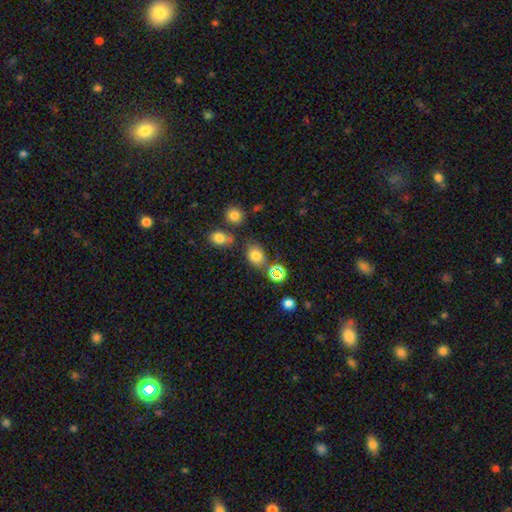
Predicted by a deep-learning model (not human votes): Smooth or featured: smooth — 75% (star or artifact — 16%)
How rounded: in between — 56% (round — 43%)
Merging: none — 68% (minor disturbance — 15%)